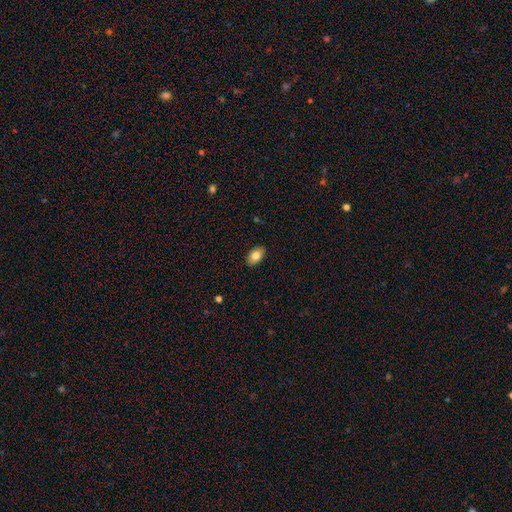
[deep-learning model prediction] Overall: smooth (82%). How rounded: in between (92%). Merging: none (89%).